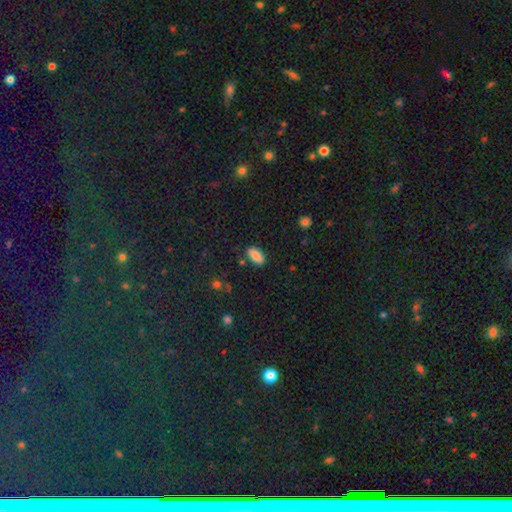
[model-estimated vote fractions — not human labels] A smooth galaxy with no disk features (86%) that is in between round and cigar-shaped (85%).

Vote fractions:
- Smooth or featured? smooth: 86% / star or artifact: 9% / featured or disk: 5%
- How rounded? in between: 85% / cigar-shaped: 12% / round: 3%
- Merging? none: 84% / minor disturbance: 11% / major disturbance: 3% / merger: 2%